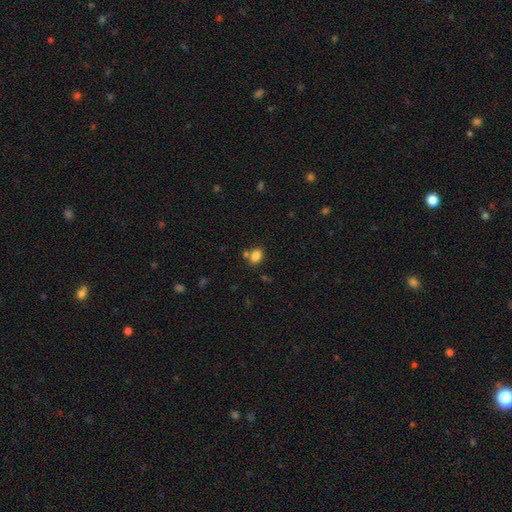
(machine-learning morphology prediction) smooth_or_featured: smooth (p=0.83) [alt: star or artifact p=0.11]
how_rounded: in between (p=0.68) [alt: round p=0.30]
merging: none (p=0.65) [alt: merger p=0.19]